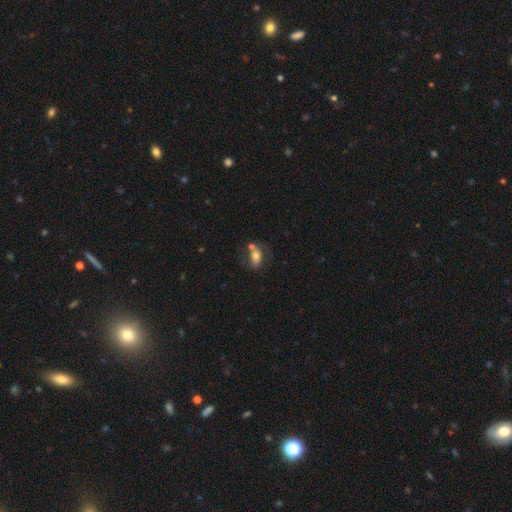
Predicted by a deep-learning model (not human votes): Smooth or featured? Predicted: smooth (p=0.63). How rounded? Predicted: in between (p=0.83). Merging? Predicted: none (p=0.42).